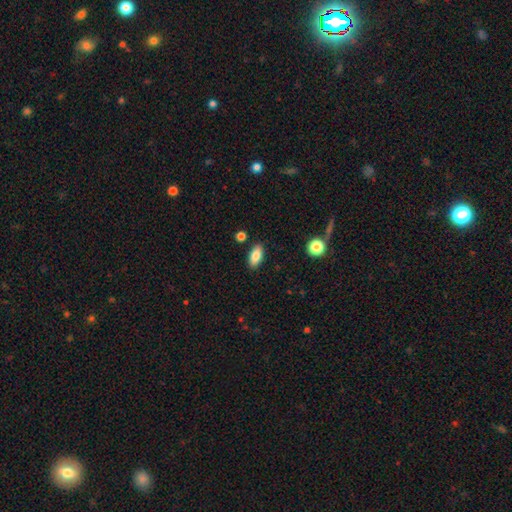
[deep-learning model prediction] Smooth or featured?
  - smooth: 84% *
  - featured or disk: 9%
  - star or artifact: 7%
How rounded?
  - in between: 88% *
  - cigar-shaped: 9%
  - round: 3%
Merging?
  - none: 87% *
  - minor disturbance: 9%
  - merger: 2%
  - major disturbance: 2%